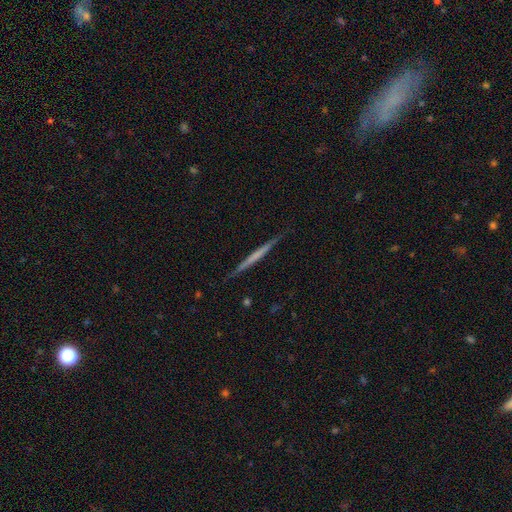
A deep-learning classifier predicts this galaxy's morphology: This is possibly a featured or disk galaxy (56%). It is clearly viewed edge-on (97%). Edge-on bulge: clearly none (87%). Merging: clearly none (89%).